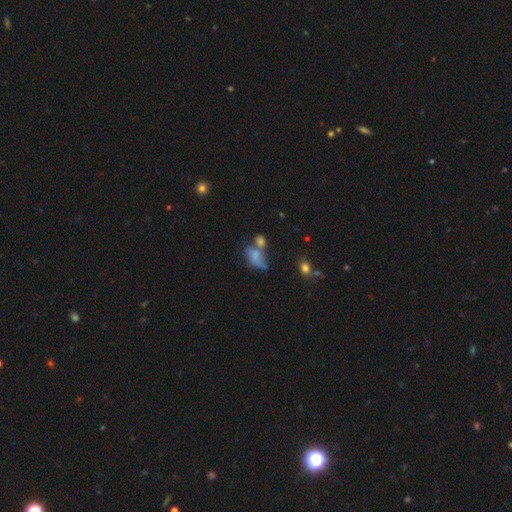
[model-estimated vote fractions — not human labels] Overall: smooth (66%). How rounded: in between (82%). Merging: merger (41%; none 23%).